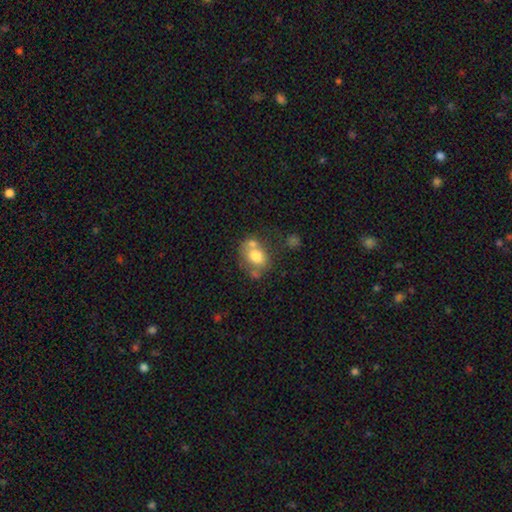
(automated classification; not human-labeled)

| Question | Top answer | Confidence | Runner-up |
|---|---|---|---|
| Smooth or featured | smooth | 71% | featured or disk (21%) |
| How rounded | in between | 62% | round (37%) |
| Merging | none | 42% | merger (33%) |